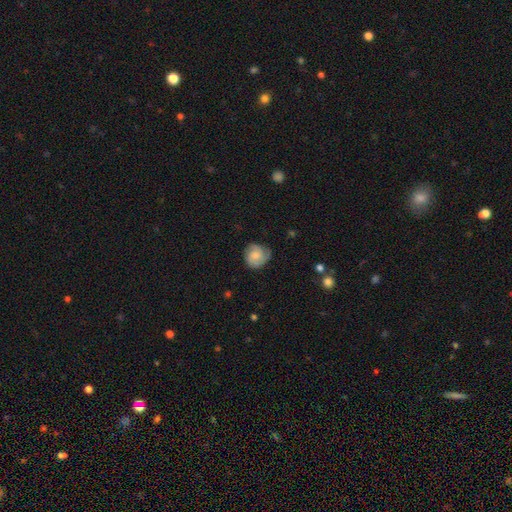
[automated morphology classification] A smooth galaxy with no disk features (53%) that is round (81%). Merging: none (65%).